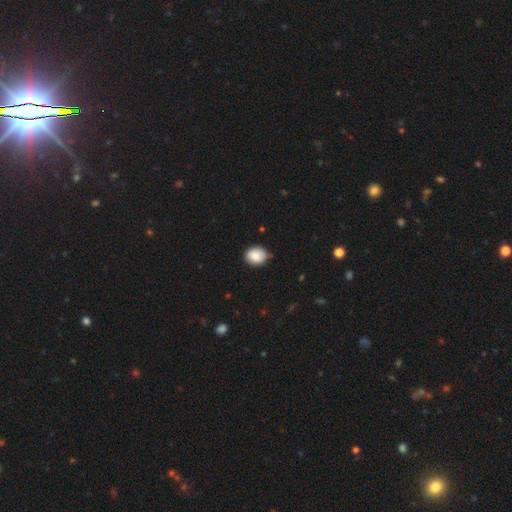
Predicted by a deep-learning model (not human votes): Smooth or featured: smooth — 85% (star or artifact — 7%)
How rounded: round — 55% (in between — 44%)
Merging: none — 80% (minor disturbance — 16%)